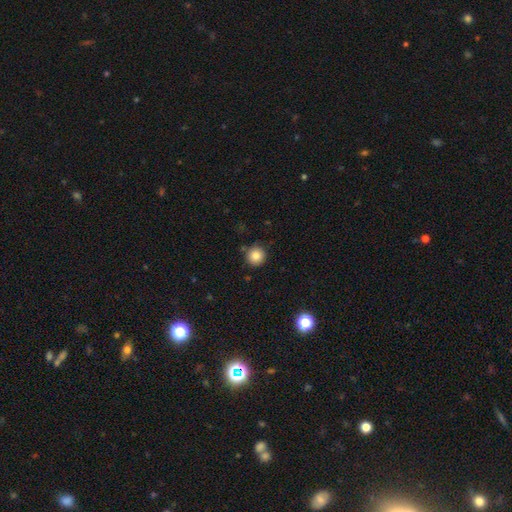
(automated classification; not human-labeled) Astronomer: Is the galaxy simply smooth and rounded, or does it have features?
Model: smooth — 83%.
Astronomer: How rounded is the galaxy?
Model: round — 94%.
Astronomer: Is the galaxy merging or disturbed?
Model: none — 88%.